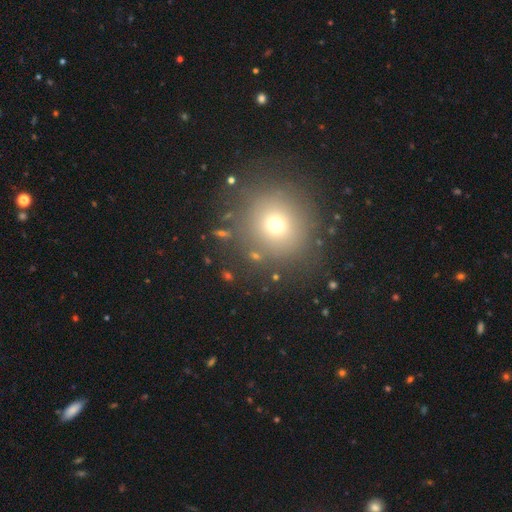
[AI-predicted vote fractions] Smooth or featured? smooth (65%)
How rounded? round (91%)
Merging? none (82%)